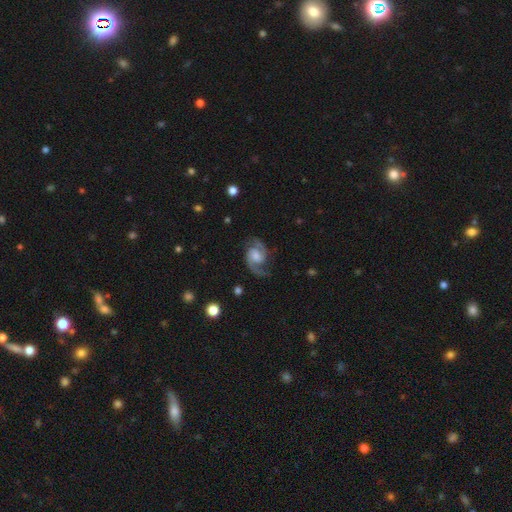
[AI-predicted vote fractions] Smooth or featured: featured or disk — 91% (star or artifact — 5%)
Edge-on disk: no — 98% (yes — 2%)
Bar: weak — 46% (no — 43%)
Spiral arms: yes — 98% (no — 2%)
Spiral winding: medium — 61% (tight — 22%)
Spiral arm count: 2 — 93% (can't tell — 2%)
Bulge size: moderate — 45% (small — 26%)
Merging: none — 80% (minor disturbance — 14%)